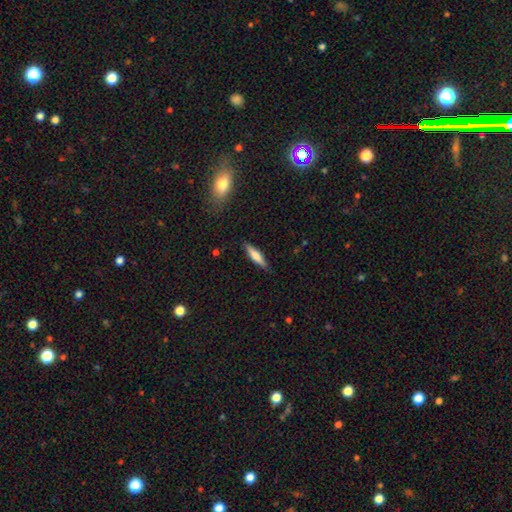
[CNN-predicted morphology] Smooth or featured? Predicted: smooth (p=0.63). How rounded? Predicted: cigar-shaped (p=0.78). Merging? Predicted: none (p=0.87).